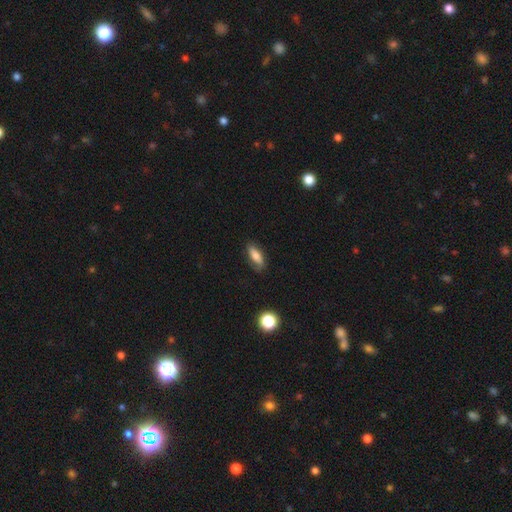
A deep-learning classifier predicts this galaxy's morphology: A smooth galaxy with no disk features (75%) that is in between round and cigar-shaped (63%). Merging: none (79%).